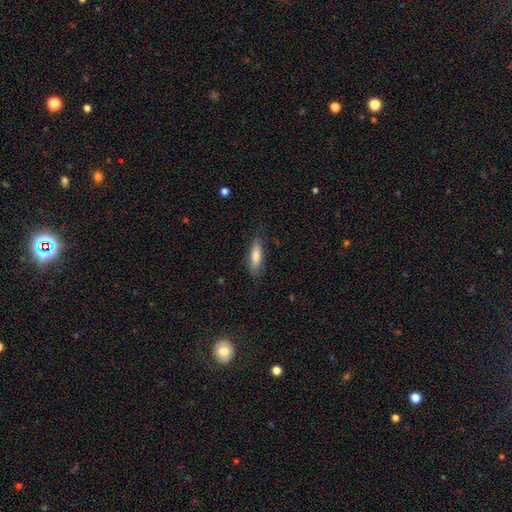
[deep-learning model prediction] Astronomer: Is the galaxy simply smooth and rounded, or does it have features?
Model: smooth — 76%.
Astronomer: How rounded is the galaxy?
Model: cigar-shaped — 49%, tied with in between at 49%.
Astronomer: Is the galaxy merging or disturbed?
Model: none — 79%.